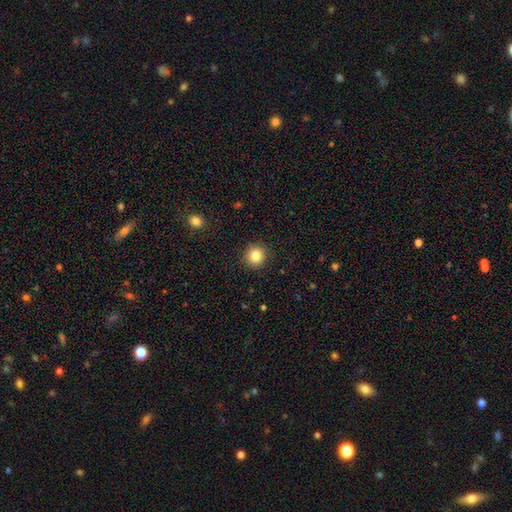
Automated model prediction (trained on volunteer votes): Smooth or featured? smooth (83%)
How rounded? round (93%)
Merging? none (91%)